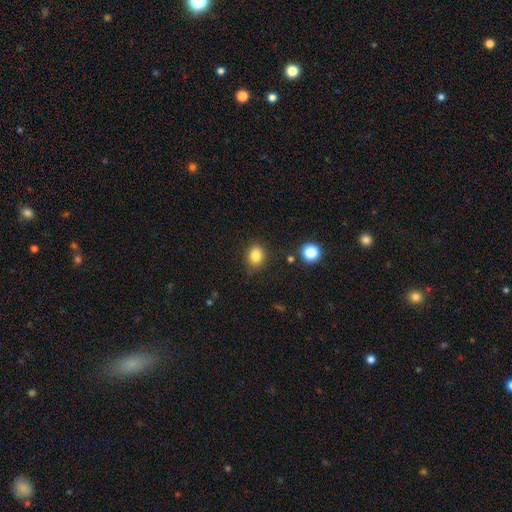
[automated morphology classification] A smooth galaxy with no disk features (83%) that is round (61%).

Vote fractions:
- Smooth or featured? smooth: 83% / star or artifact: 11% / featured or disk: 5%
- How rounded? round: 61% / in between: 38% / cigar-shaped: 1%
- Merging? none: 83% / minor disturbance: 12% / major disturbance: 3% / merger: 2%